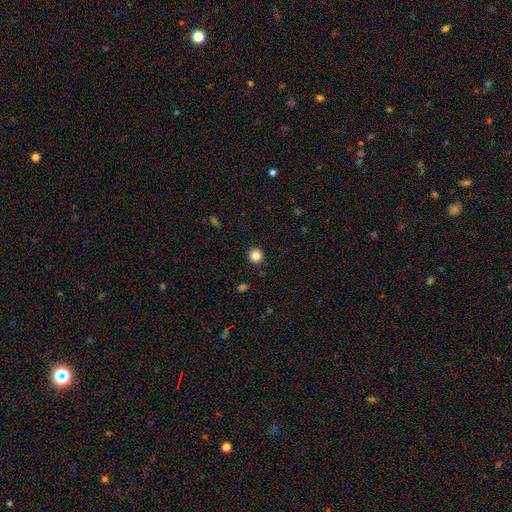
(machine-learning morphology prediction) smooth 85%, star or artifact 11%, featured or disk 4%. Down the decision tree: how rounded — round (92%); merging — none (92%).